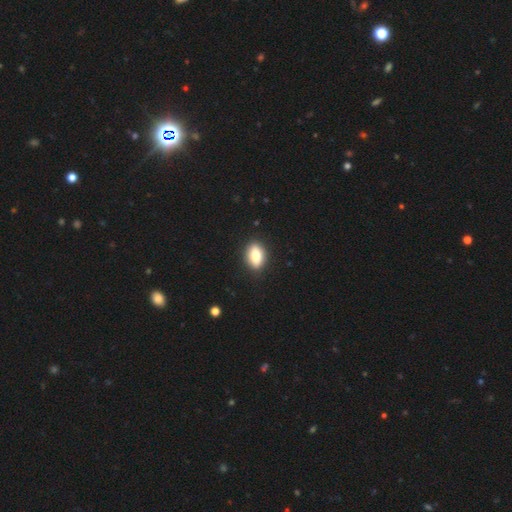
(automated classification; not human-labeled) A smooth galaxy with no disk features (77%) that is in between round and cigar-shaped (84%).

Vote fractions:
- Smooth or featured? smooth: 77% / featured or disk: 15% / star or artifact: 8%
- How rounded? in between: 84% / round: 12% / cigar-shaped: 5%
- Merging? none: 88% / minor disturbance: 9% / major disturbance: 2% / merger: 1%